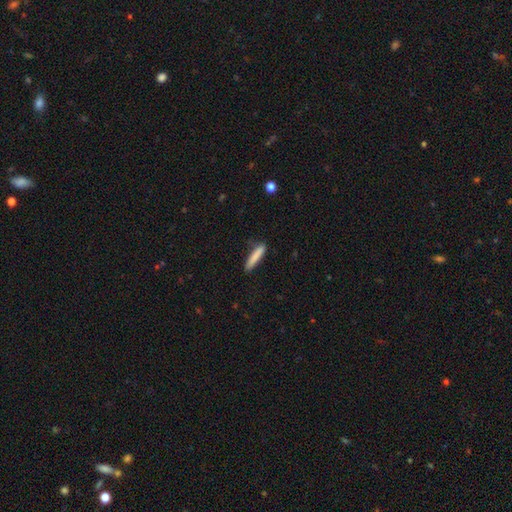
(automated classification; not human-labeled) This is clearly a smooth galaxy (84%). How rounded: clearly cigar-shaped (91%). Merging: clearly none (83%).